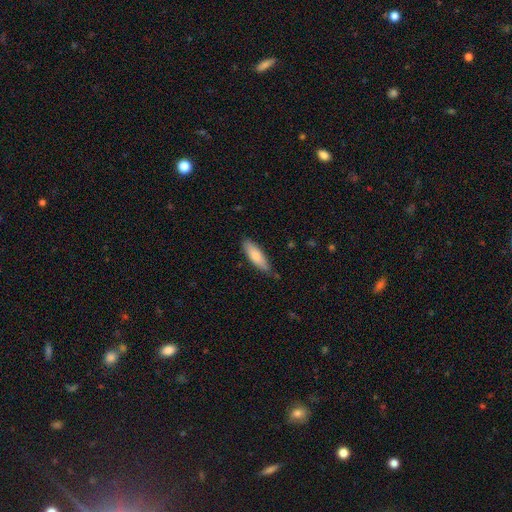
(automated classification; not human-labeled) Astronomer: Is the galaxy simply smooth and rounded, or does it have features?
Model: smooth — 80%.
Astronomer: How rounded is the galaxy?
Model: cigar-shaped — 50% (runner-up: in between, 48%).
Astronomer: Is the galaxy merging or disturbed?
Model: none — 73%.